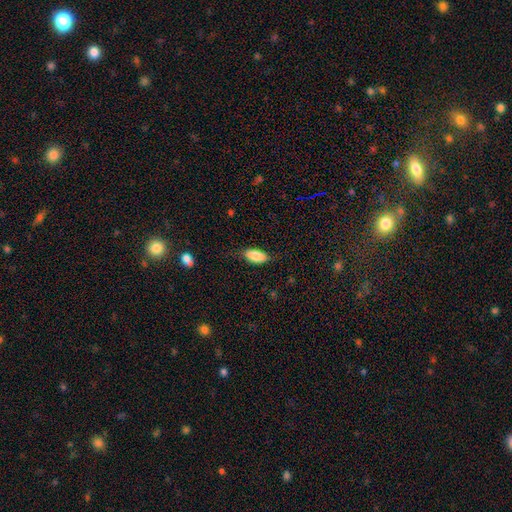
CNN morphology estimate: A smooth galaxy with no disk features (85%) that is in between round and cigar-shaped (89%). Merging: none (75%).